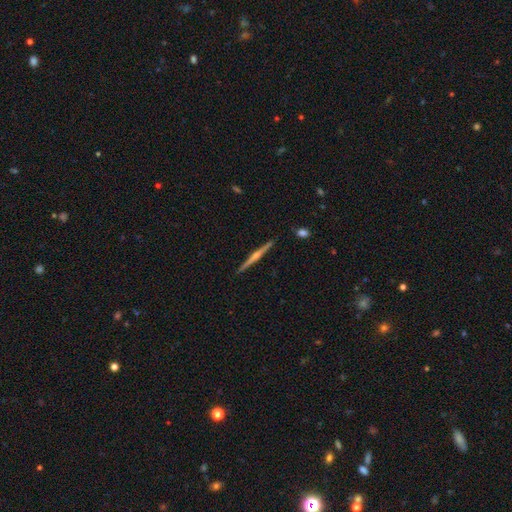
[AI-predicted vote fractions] A featured or disk galaxy (80%) viewed edge-on (99%) with a rounded central bulge (87%).

Vote fractions:
- Smooth or featured? featured or disk: 80% / smooth: 15% / star or artifact: 5%
- Edge-on disk? yes: 99% / no: 1%
- Edge-on bulge? rounded: 87% / none: 9% / boxy: 5%
- Merging? none: 92% / minor disturbance: 6% / major disturbance: 1% / merger: 1%